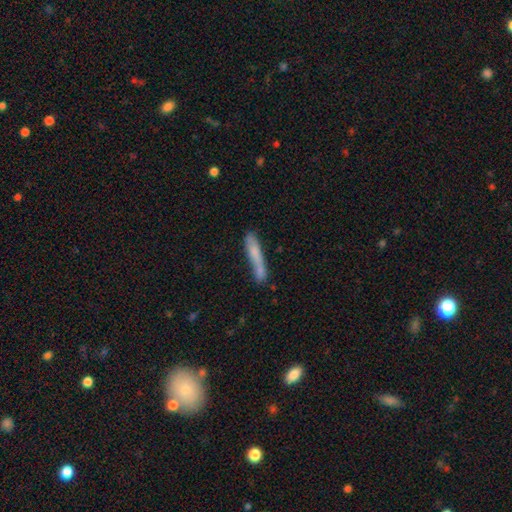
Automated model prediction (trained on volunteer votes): Smooth or featured? smooth (60%)
How rounded? cigar-shaped (92%)
Merging? none (57%)